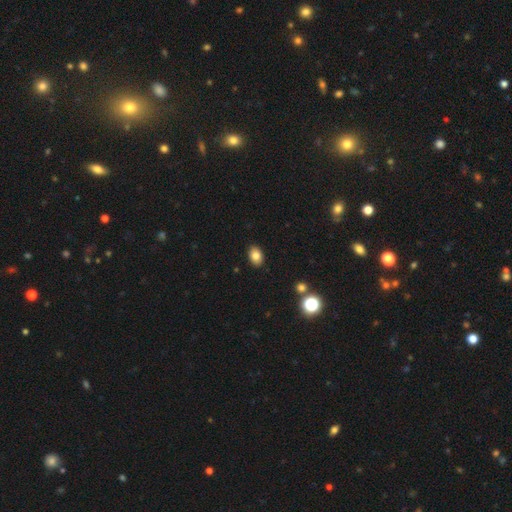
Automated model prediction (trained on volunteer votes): Q: Smooth or featured?
A: smooth (82%); runner-up: star or artifact (10%)
Q: How rounded?
A: in between (83%); runner-up: round (15%)
Q: Merging?
A: none (89%); runner-up: minor disturbance (8%)